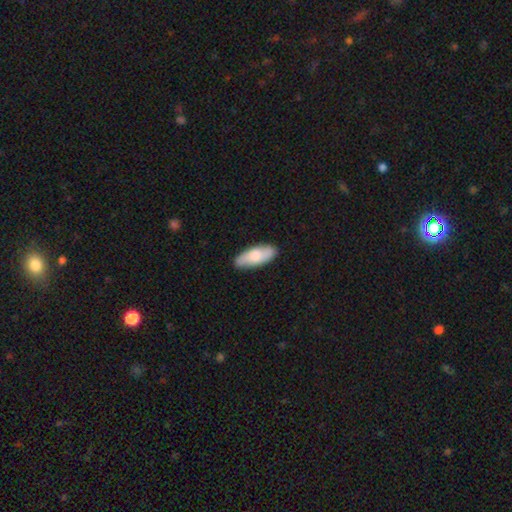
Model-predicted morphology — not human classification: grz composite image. It shows a smooth galaxy with no disk features (70%) that is in between round and cigar-shaped (78%). Merging: none (85%).